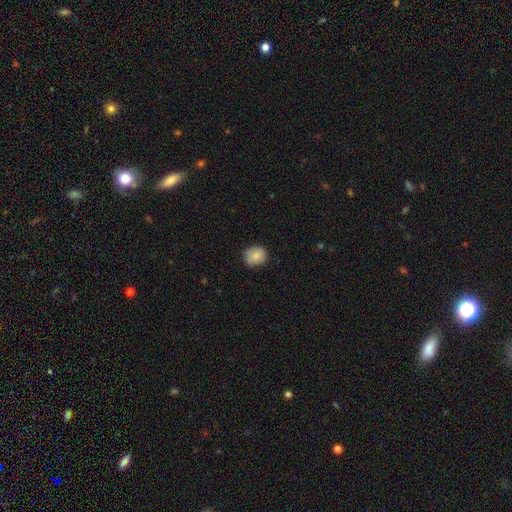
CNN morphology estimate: A smooth galaxy with no disk features (84%) that is round (71%). Merging: none (80%).